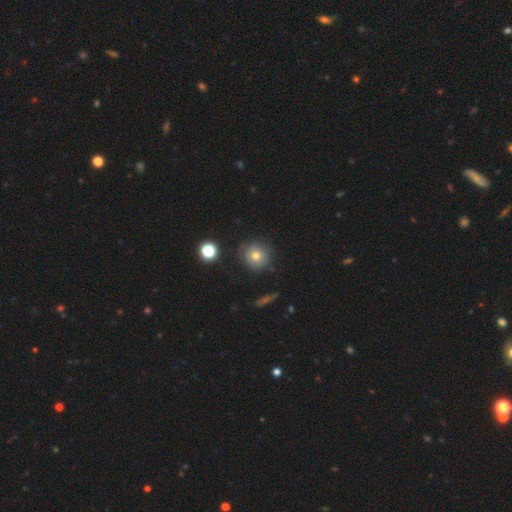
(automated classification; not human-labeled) smooth_or_featured: smooth (p=0.62) [alt: featured or disk p=0.23]
how_rounded: round (p=0.92) [alt: in between p=0.07]
merging: none (p=0.80) [alt: minor disturbance p=0.14]